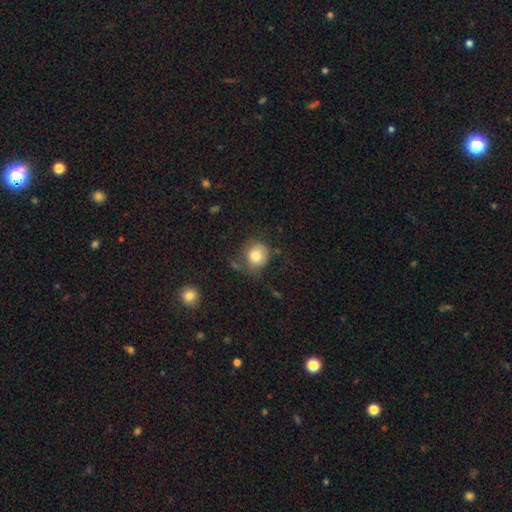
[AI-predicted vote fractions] Smooth or featured: smooth — 81% (featured or disk — 10%)
How rounded: round — 82% (in between — 17%)
Merging: none — 62% (minor disturbance — 23%)